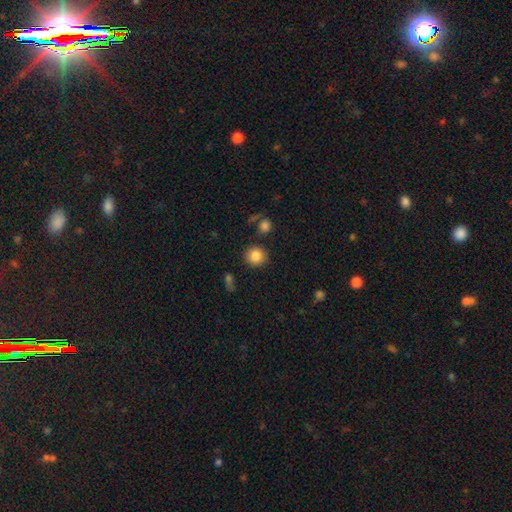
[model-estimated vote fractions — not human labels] smooth 85%, star or artifact 9%, featured or disk 6%. Down the decision tree: how rounded — round (90%); merging — none (86%).